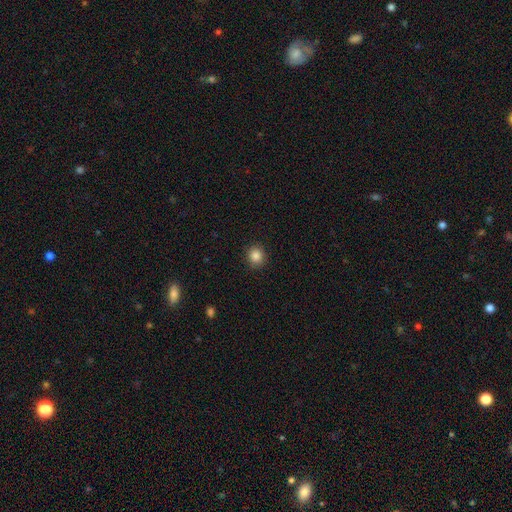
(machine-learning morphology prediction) Smooth or featured?
  - smooth: 85% *
  - star or artifact: 11%
  - featured or disk: 4%
How rounded?
  - round: 86% *
  - in between: 13%
  - cigar-shaped: 1%
Merging?
  - none: 91% *
  - minor disturbance: 6%
  - major disturbance: 2%
  - merger: 1%